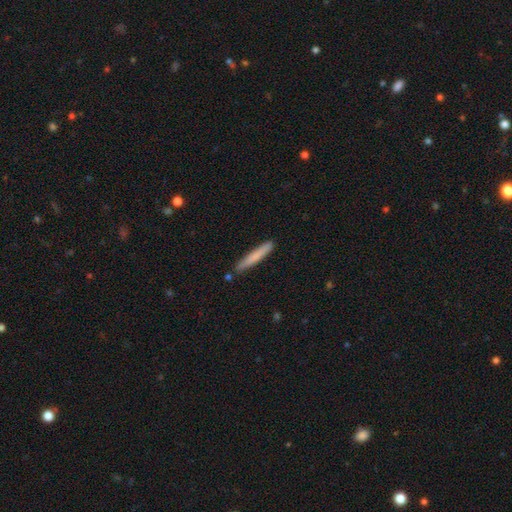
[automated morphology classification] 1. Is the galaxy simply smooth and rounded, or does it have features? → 74% smooth, 20% featured or disk, 6% star or artifact.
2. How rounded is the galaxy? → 95% cigar-shaped, 4% in between, 1% round.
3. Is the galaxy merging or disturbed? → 85% none, 10% minor disturbance, 3% merger, 2% major disturbance.